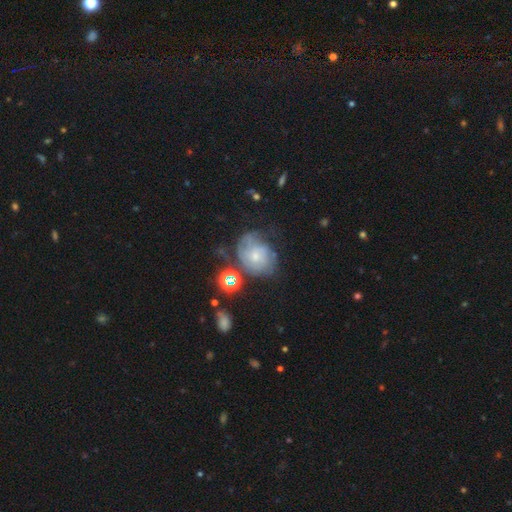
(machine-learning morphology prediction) featured or disk 62%, smooth 26%, star or artifact 13%. Down the decision tree: edge-on disk — no (97%); bar — no (76%); spiral arms — yes (79%); bulge size — small (65%); merging — none (42%).